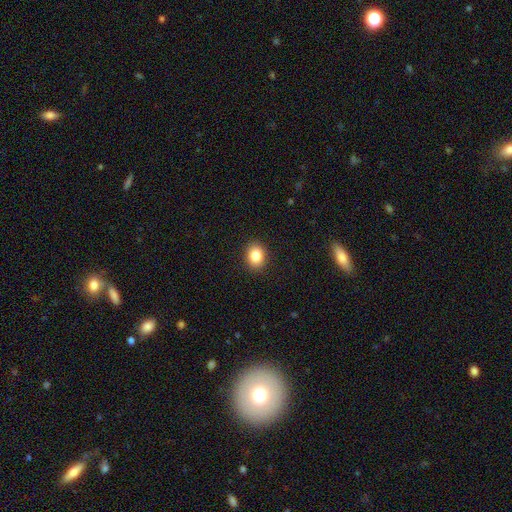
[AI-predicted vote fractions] A smooth galaxy with no disk features (84%) that is in between round and cigar-shaped (56%). Merging: none (90%).